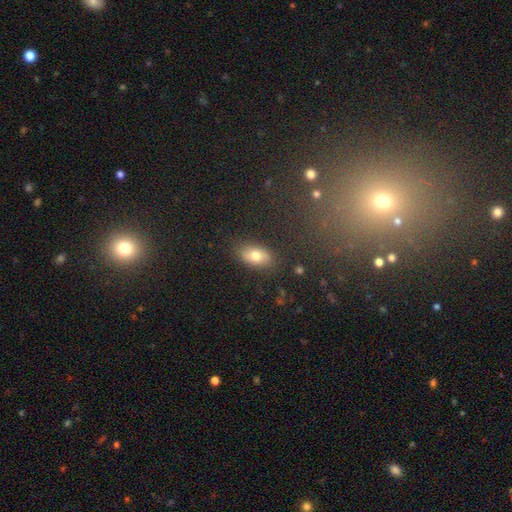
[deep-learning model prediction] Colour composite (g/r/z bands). It shows a smooth galaxy with no disk features (75%) that is in between round and cigar-shaped (89%). Merging: none (83%).